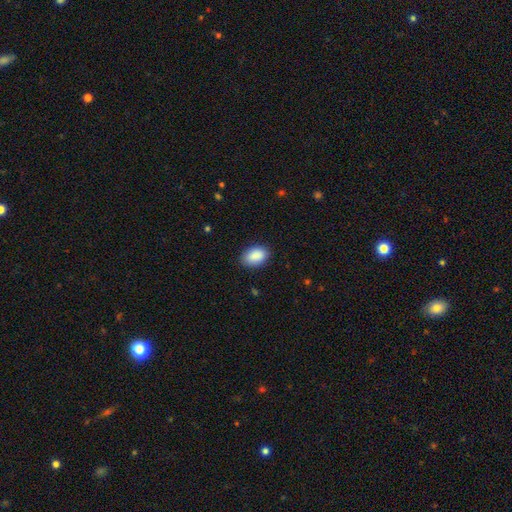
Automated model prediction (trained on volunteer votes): smooth_or_featured: smooth (p=0.90) [alt: star or artifact p=0.06]
how_rounded: in between (p=0.89) [alt: round p=0.10]
merging: none (p=0.87) [alt: minor disturbance p=0.10]